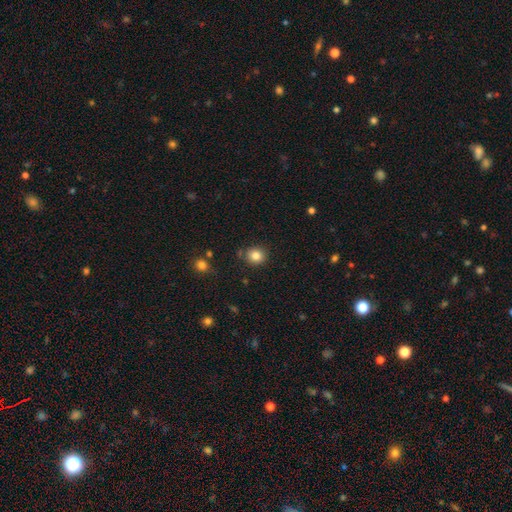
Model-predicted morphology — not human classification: Smooth or featured?
  - smooth: 84% *
  - star or artifact: 11%
  - featured or disk: 6%
How rounded?
  - round: 84% *
  - in between: 15%
  - cigar-shaped: 1%
Merging?
  - none: 84% *
  - minor disturbance: 9%
  - merger: 4%
  - major disturbance: 3%